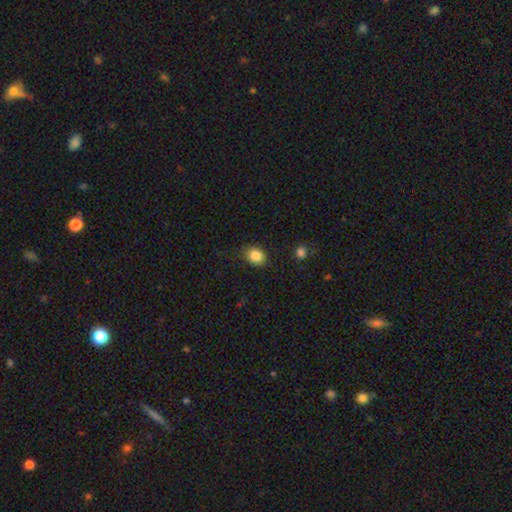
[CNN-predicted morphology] smooth-or-featured: smooth: 85% | star or artifact: 9% | featured or disk: 5%
  how-rounded: round: 55% | in between: 44% | cigar-shaped: 1%
  merging: none: 83% | minor disturbance: 13% | major disturbance: 3% | merger: 2%